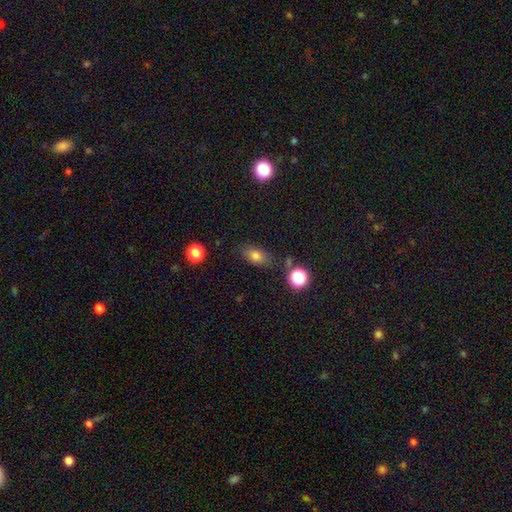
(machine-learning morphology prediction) smooth-or-featured: smooth: 76% | star or artifact: 12% | featured or disk: 11%
  how-rounded: in between: 80% | round: 15% | cigar-shaped: 4%
  merging: none: 78% | minor disturbance: 14% | major disturbance: 4% | merger: 4%